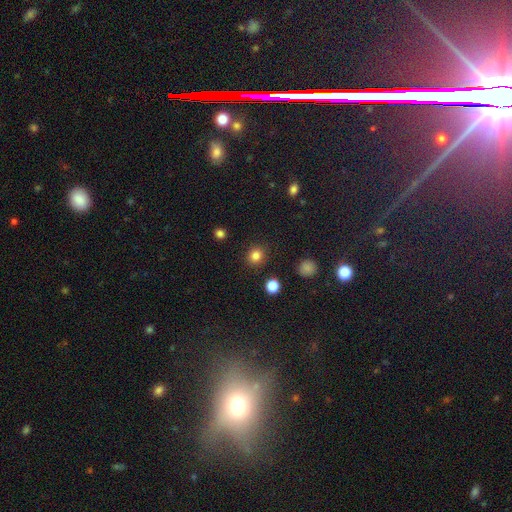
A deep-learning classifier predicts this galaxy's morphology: Smooth or featured: smooth — 83% (star or artifact — 13%)
How rounded: round — 84% (in between — 15%)
Merging: none — 90% (minor disturbance — 6%)